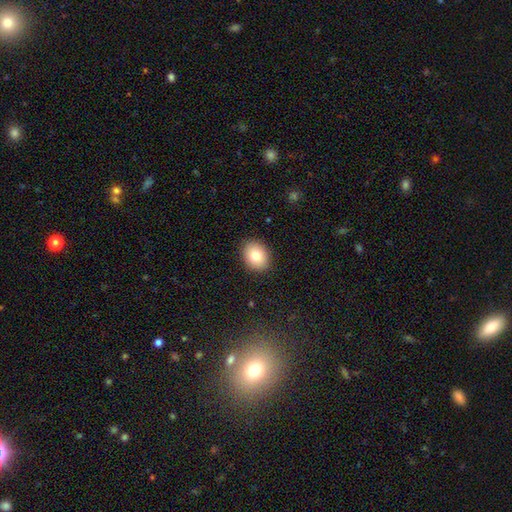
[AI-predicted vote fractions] smooth 80%, featured or disk 12%, star or artifact 9%. Down the decision tree: how rounded — in between (58%); merging — none (89%).